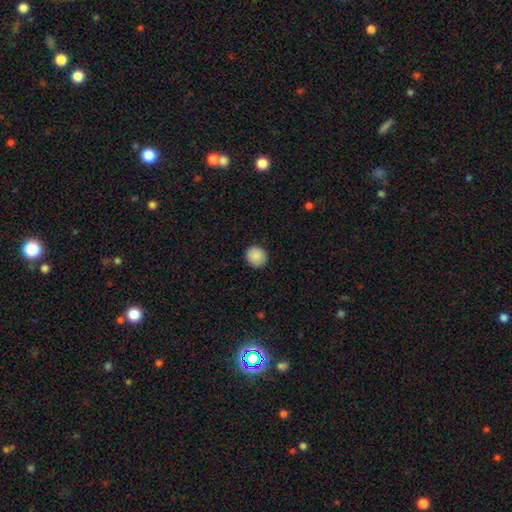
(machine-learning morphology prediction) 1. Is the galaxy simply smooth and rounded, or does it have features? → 89% smooth, 8% star or artifact, 3% featured or disk.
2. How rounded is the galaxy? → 86% round, 13% in between, 1% cigar-shaped.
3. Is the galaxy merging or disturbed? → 90% none, 7% minor disturbance, 2% major disturbance, 1% merger.